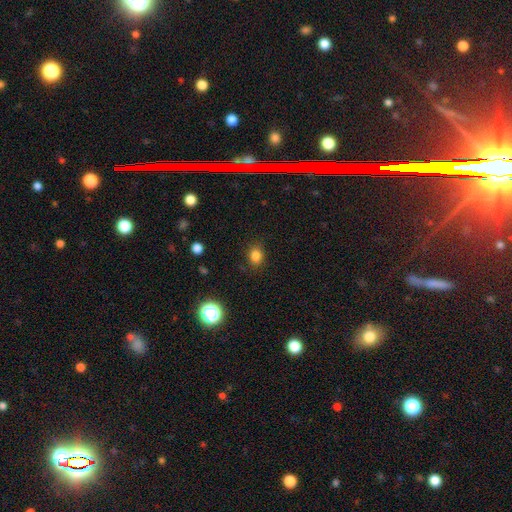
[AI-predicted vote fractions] This is clearly a smooth galaxy (82%). How rounded: possibly round (59%). Merging: clearly none (84%).